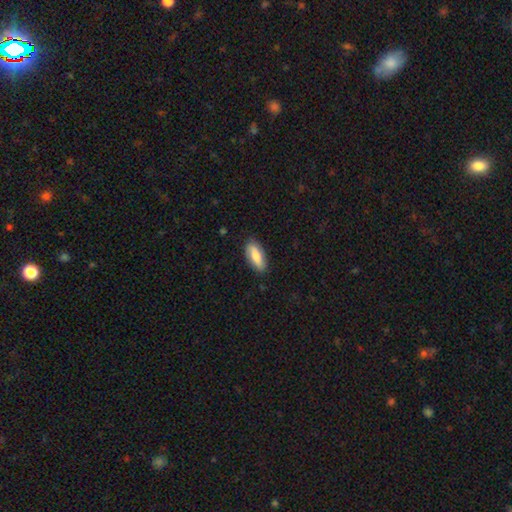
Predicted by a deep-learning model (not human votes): Smooth or featured: smooth — 73% (featured or disk — 21%)
How rounded: in between — 77% (cigar-shaped — 21%)
Merging: none — 85% (minor disturbance — 12%)